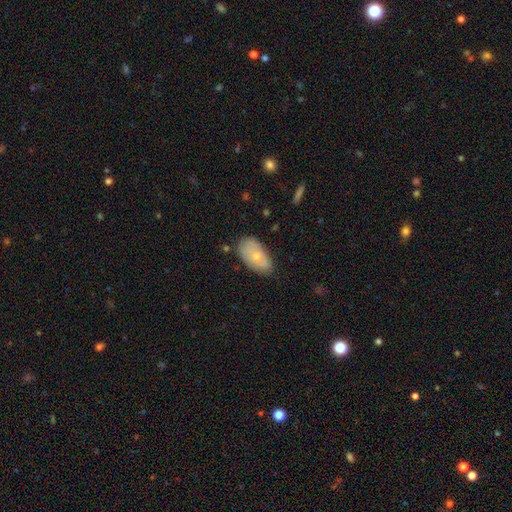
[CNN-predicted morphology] smooth-or-featured: smooth: 65% | featured or disk: 28% | star or artifact: 7%
  how-rounded: in between: 94% | round: 4% | cigar-shaped: 2%
  merging: none: 69% | minor disturbance: 24% | major disturbance: 5% | merger: 3%